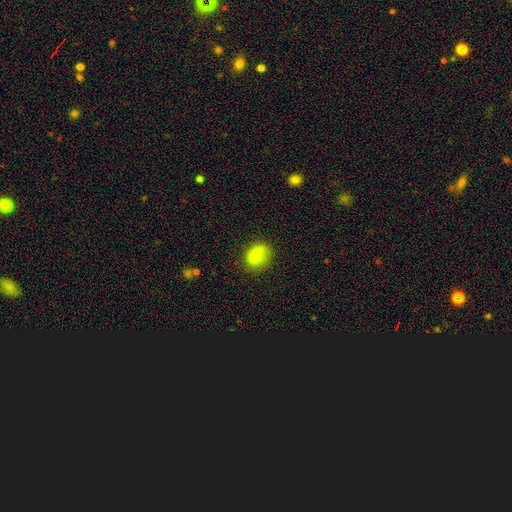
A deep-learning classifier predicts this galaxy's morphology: This is clearly a smooth galaxy (84%). How rounded: likely in between (66%). Merging: likely none (70%).